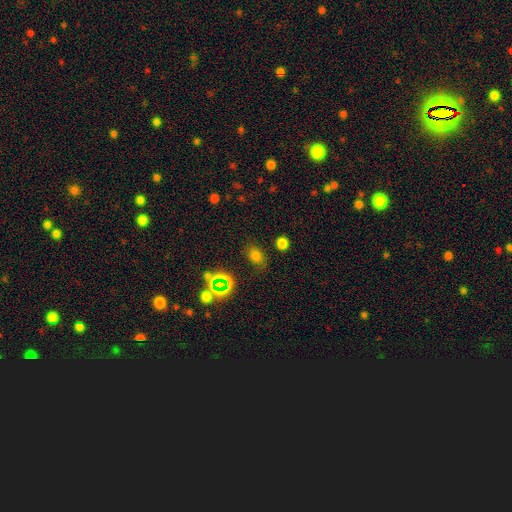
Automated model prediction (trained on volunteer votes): Smooth or featured?
  - smooth: 68% *
  - star or artifact: 24%
  - featured or disk: 7%
How rounded?
  - in between: 68% *
  - round: 30%
  - cigar-shaped: 2%
Merging?
  - none: 78% *
  - minor disturbance: 13%
  - major disturbance: 5%
  - merger: 3%